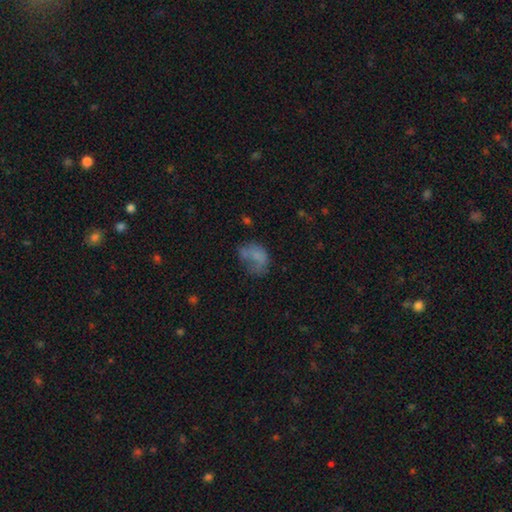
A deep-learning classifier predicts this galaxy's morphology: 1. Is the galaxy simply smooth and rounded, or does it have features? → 61% smooth, 26% featured or disk, 14% star or artifact.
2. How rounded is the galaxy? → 71% in between, 28% round, 1% cigar-shaped.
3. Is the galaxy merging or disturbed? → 36% major disturbance, 30% none, 25% minor disturbance, 8% merger.